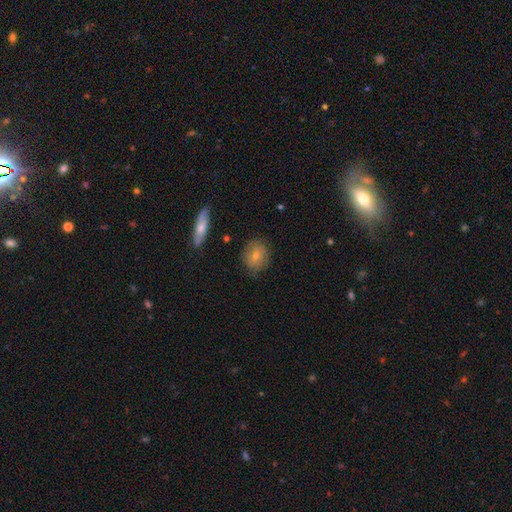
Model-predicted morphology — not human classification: Smooth or featured? smooth (56%)
How rounded? round (69%)
Merging? none (82%)